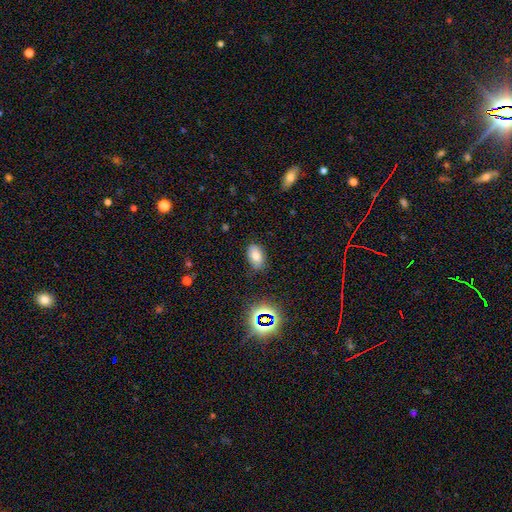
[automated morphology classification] smooth 77%, star or artifact 14%, featured or disk 9%. Down the decision tree: how rounded — in between (90%); merging — none (81%).